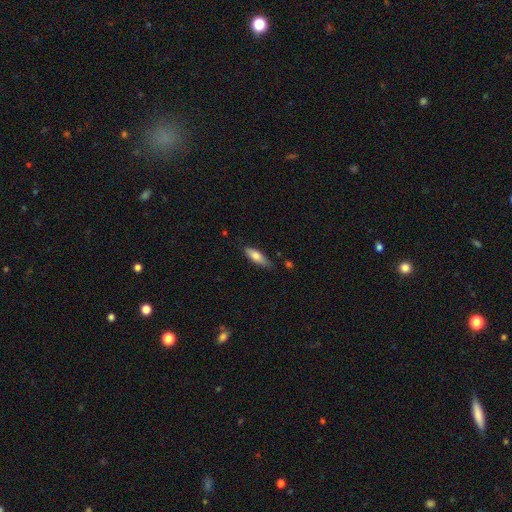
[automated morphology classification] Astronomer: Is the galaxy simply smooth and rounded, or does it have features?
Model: smooth — 73%.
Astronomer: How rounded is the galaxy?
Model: in between — 54% (runner-up: cigar-shaped, 44%).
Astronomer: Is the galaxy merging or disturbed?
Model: none — 76%.